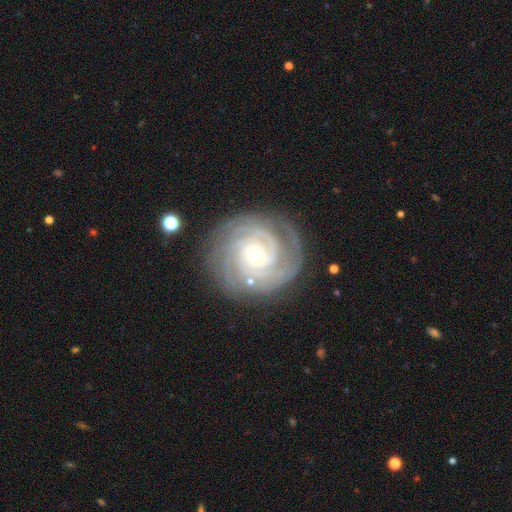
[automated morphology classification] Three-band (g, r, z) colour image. It shows a featured or disk galaxy (91%) with no bar (54%), 4 (30%) tight (83%) spiral arms (99%) and a small central bulge (52%). Merging: none (83%).